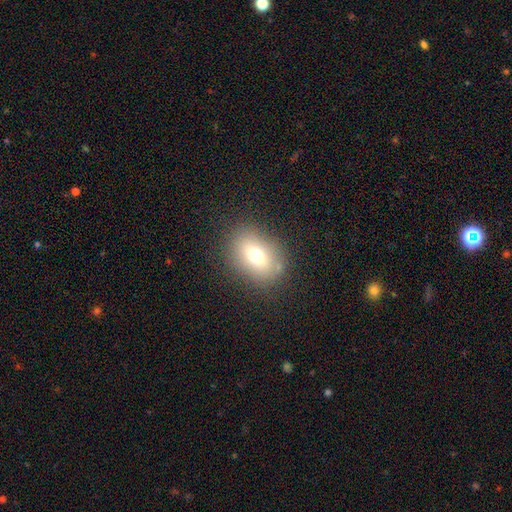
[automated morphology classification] Smooth or featured?
  - smooth: 69% *
  - featured or disk: 17%
  - star or artifact: 14%
How rounded?
  - in between: 62% *
  - round: 36%
  - cigar-shaped: 1%
Merging?
  - none: 80% *
  - minor disturbance: 13%
  - major disturbance: 6%
  - merger: 2%